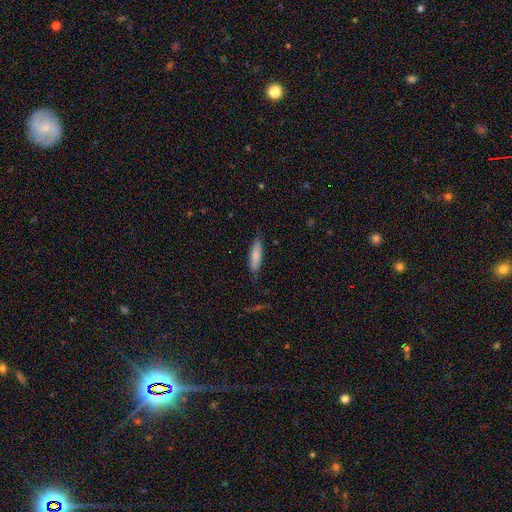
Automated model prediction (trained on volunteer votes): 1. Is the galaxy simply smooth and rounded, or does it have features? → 80% smooth, 14% featured or disk, 6% star or artifact.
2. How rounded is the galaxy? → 64% cigar-shaped, 35% in between, 1% round.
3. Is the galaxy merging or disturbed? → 75% none, 19% minor disturbance, 4% major disturbance, 1% merger.